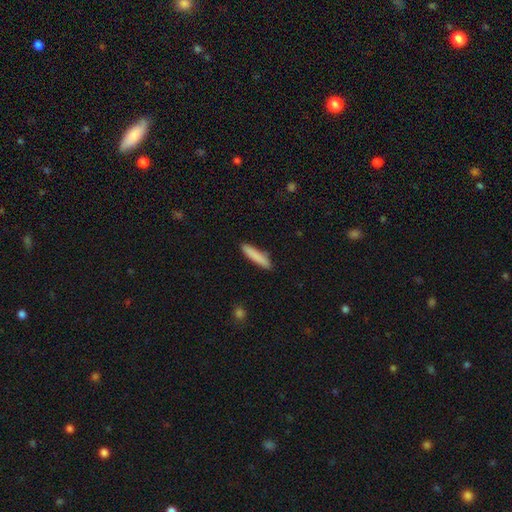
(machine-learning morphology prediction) smooth 85%, featured or disk 9%, star or artifact 6%. Down the decision tree: how rounded — cigar-shaped (88%); merging — none (89%).